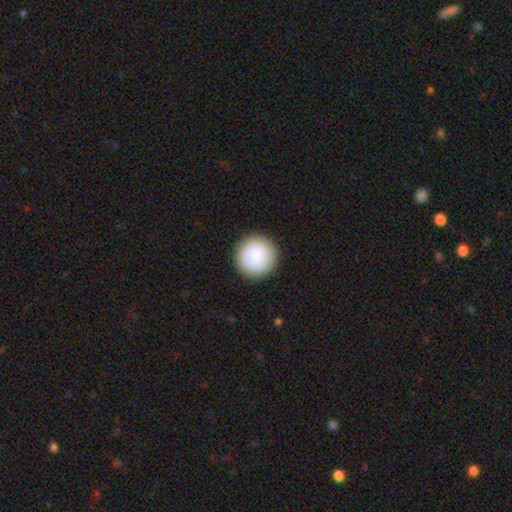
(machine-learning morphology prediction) smooth-or-featured: smooth: 79% | featured or disk: 15% | star or artifact: 6%
  how-rounded: round: 96% | in between: 3% | cigar-shaped: 1%
  merging: none: 89% | minor disturbance: 7% | major disturbance: 2% | merger: 1%